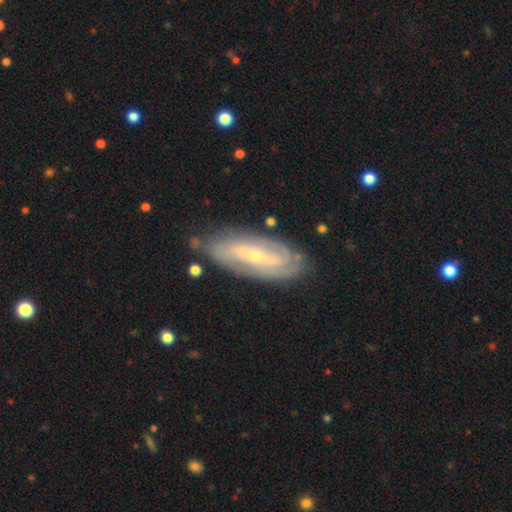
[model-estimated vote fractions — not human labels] smooth-or-featured: featured or disk: 81% | smooth: 13% | star or artifact: 6%
  disk-edge-on: no: 89% | yes: 11%
    bar: no: 36% | weak: 35% | strong: 29%
    has-spiral-arms: yes: 92% | no: 8%
      spiral-winding: tight: 60% | medium: 30% | loose: 10%
      spiral-arm-count: 2: 40% | can't tell: 33% | 3: 13% | 4: 7% | 1: 4% | more than 4: 4%
    bulge-size: small: 75% | moderate: 21% | none: 1% | large: 1% | dominant: 1%
  merging: none: 77% | minor disturbance: 17% | major disturbance: 4% | merger: 2%